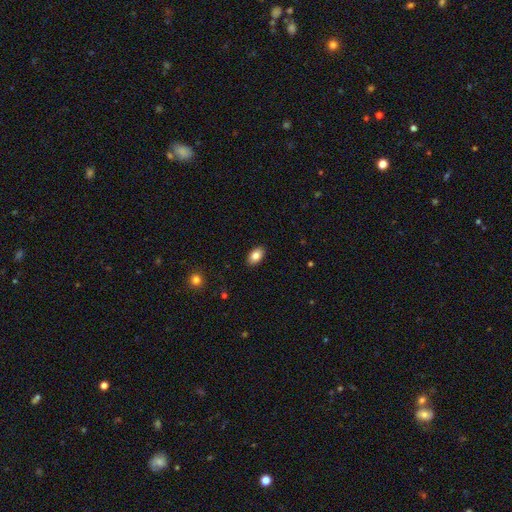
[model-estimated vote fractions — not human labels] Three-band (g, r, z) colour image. It shows a smooth galaxy with no disk features (83%) that is in between round and cigar-shaped (91%). Merging: none (89%).